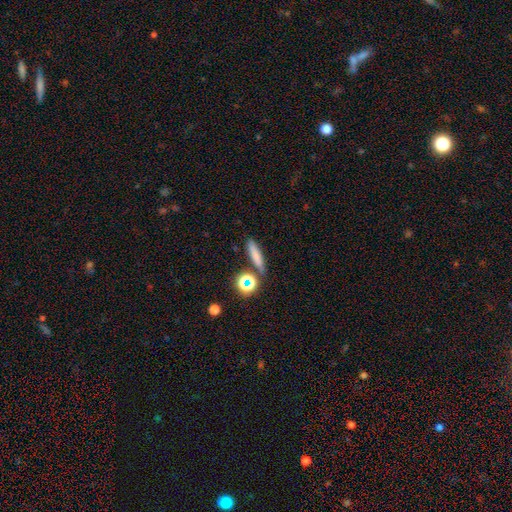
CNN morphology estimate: The model was most divided on "how rounded": cigar-shaped: 73%, in between: 18%, round: 9%. More confident: merging — none (78%); smooth or featured — smooth (73%).